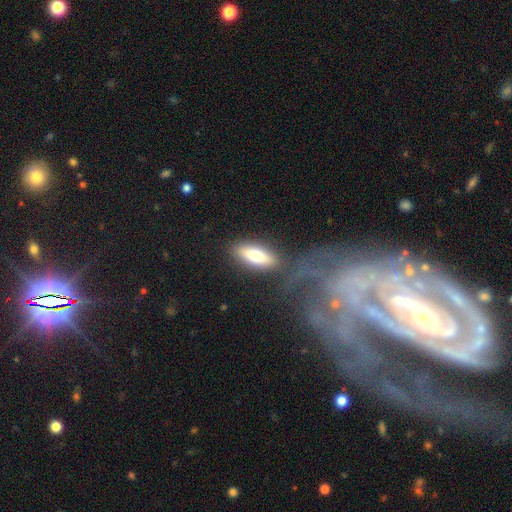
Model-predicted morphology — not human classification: type=smooth (67%); roundness=in between (63%); merging=none (77%).